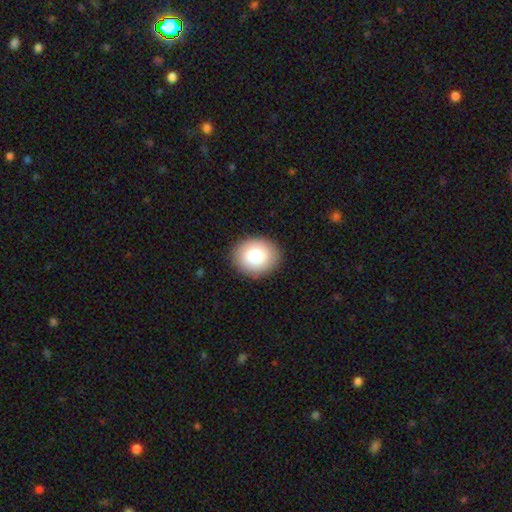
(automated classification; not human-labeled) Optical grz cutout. It shows a smooth galaxy with no disk features (80%) that is round (60%). Merging: none (90%).